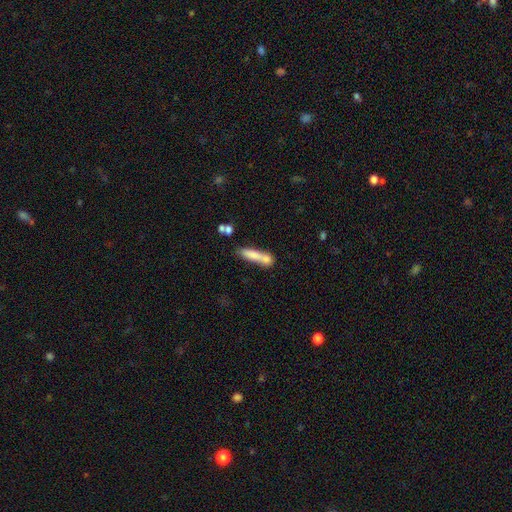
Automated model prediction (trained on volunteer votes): Smooth or featured?
  - smooth: 73% *
  - featured or disk: 18%
  - star or artifact: 8%
How rounded?
  - cigar-shaped: 77% *
  - in between: 20%
  - round: 2%
Merging?
  - none: 43% *
  - merger: 35%
  - minor disturbance: 16%
  - major disturbance: 6%